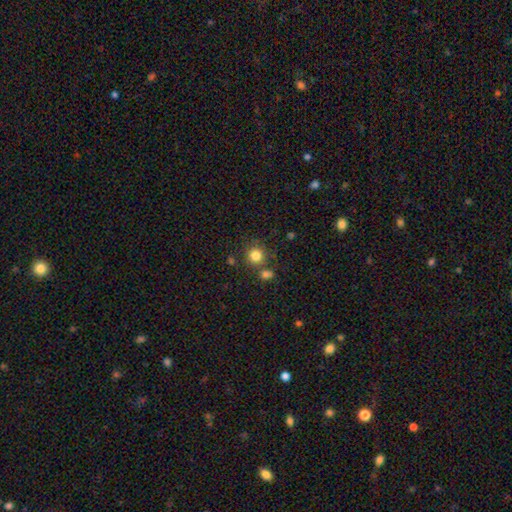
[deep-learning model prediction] The model was most divided on "merging": none: 73%, merger: 15%, minor disturbance: 9%, major disturbance: 3%. More confident: how rounded — round (91%); smooth or featured — smooth (82%).